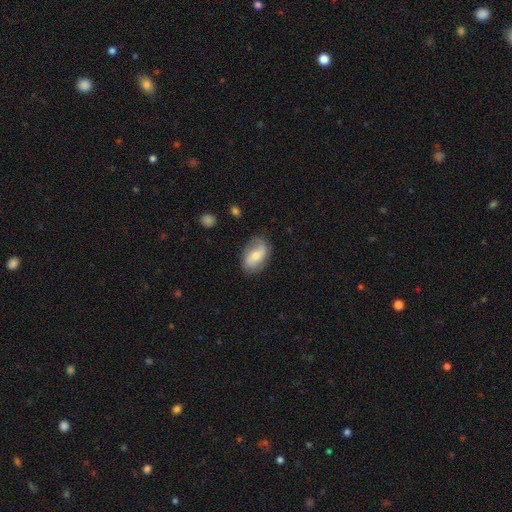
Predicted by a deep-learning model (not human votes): Overall: smooth (48%; featured or disk 46%). Merging: none (75%).